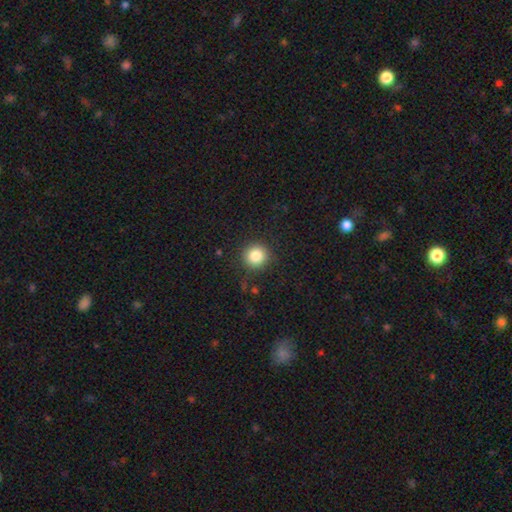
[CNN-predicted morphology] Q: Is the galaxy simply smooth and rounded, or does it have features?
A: smooth — 84%.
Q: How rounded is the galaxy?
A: round — 93%.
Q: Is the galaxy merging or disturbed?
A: none — 88%.